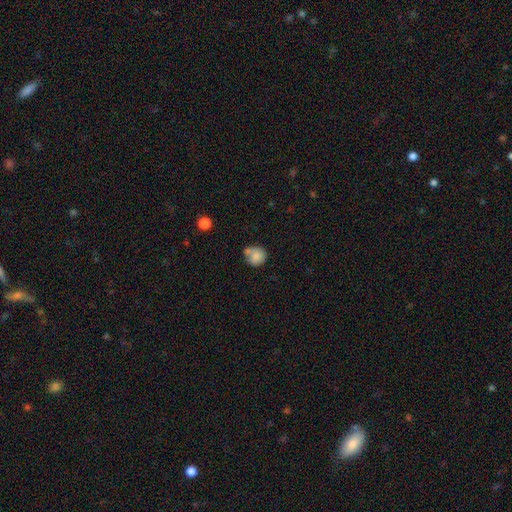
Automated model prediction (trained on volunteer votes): Q: Smooth or featured?
A: smooth (79%); runner-up: featured or disk (12%)
Q: How rounded?
A: round (77%); runner-up: in between (22%)
Q: Merging?
A: none (45%); runner-up: merger (25%)